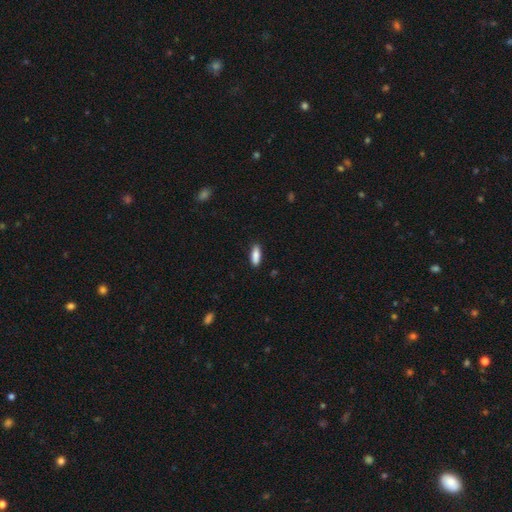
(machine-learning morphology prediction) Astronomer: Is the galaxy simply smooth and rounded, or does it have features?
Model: smooth — 86%.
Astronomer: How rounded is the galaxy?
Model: in between — 64%.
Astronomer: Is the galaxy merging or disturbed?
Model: none — 85%.